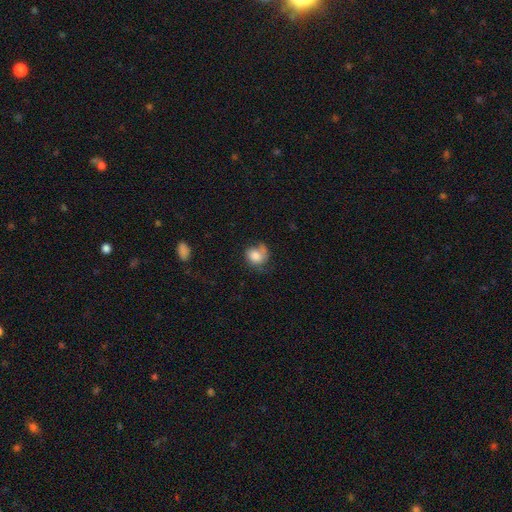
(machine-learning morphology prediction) Smooth or featured? Predicted: smooth (p=0.64). How rounded? Predicted: round (p=0.57). Merging? Predicted: none (p=0.39).